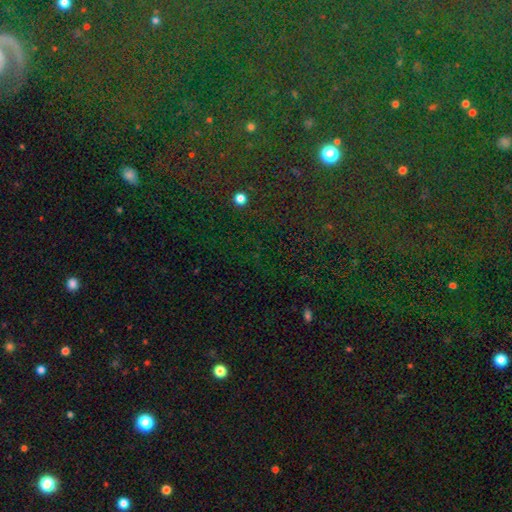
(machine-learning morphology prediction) Q: Smooth or featured?
A: star or artifact (81%); runner-up: smooth (11%)